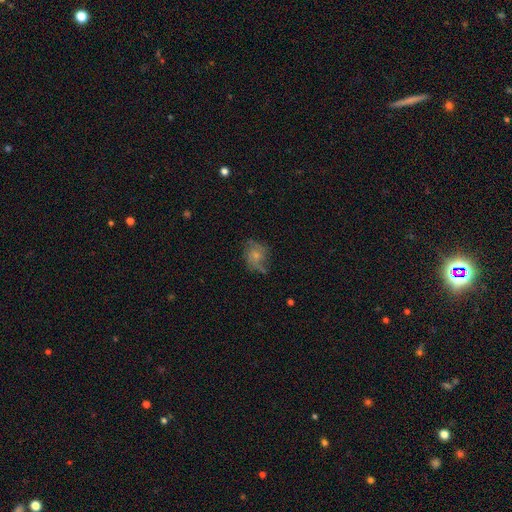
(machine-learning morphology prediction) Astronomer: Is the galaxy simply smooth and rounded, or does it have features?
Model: featured or disk — 52% (runner-up: smooth, 37%).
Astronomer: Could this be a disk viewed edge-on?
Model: no — 97%.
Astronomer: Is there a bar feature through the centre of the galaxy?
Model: no — 79%.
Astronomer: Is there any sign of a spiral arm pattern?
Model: yes — 77%.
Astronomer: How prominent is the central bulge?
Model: small — 61%.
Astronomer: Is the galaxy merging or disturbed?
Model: none — 52% (runner-up: minor disturbance, 27%).